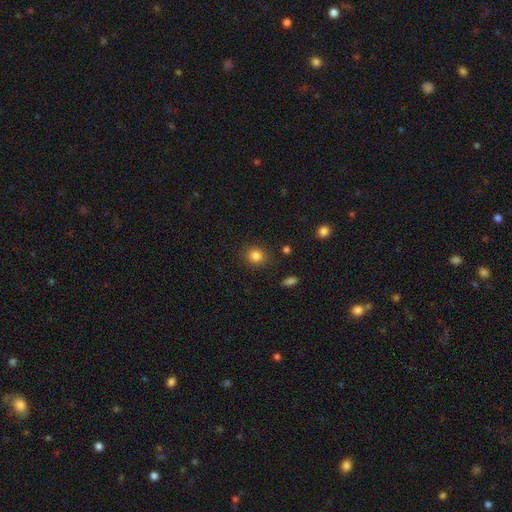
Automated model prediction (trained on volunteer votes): Q: Smooth or featured?
A: smooth (84%); runner-up: star or artifact (11%)
Q: How rounded?
A: round (80%); runner-up: in between (19%)
Q: Merging?
A: none (87%); runner-up: minor disturbance (8%)